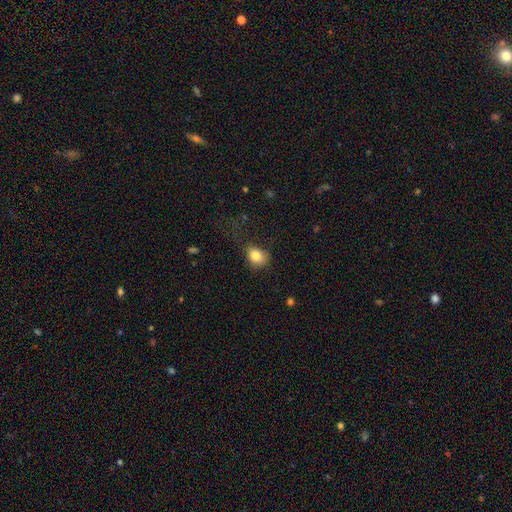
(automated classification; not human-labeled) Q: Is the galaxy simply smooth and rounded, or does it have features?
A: smooth — 83%.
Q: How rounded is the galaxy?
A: round — 53%.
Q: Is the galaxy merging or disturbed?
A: none — 57%.